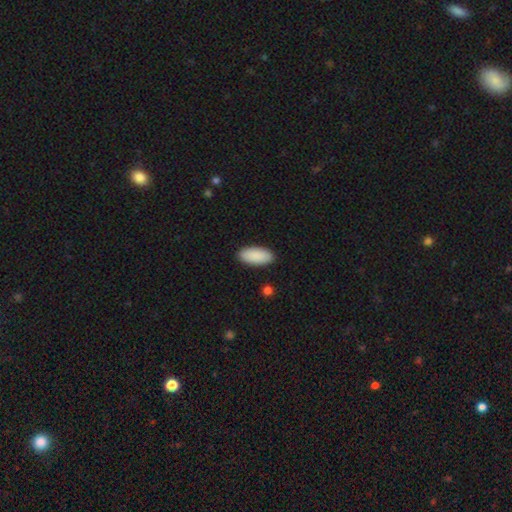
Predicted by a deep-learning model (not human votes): smooth 91%, star or artifact 6%, featured or disk 4%. Down the decision tree: how rounded — in between (90%); merging — none (90%).